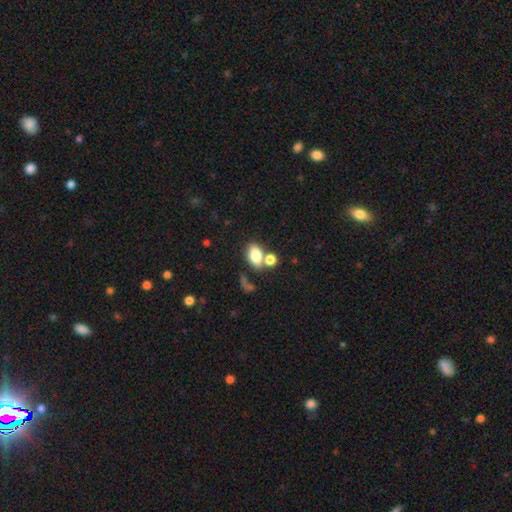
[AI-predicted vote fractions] Smooth or featured? smooth (78%)
How rounded? in between (83%)
Merging? none (46%)